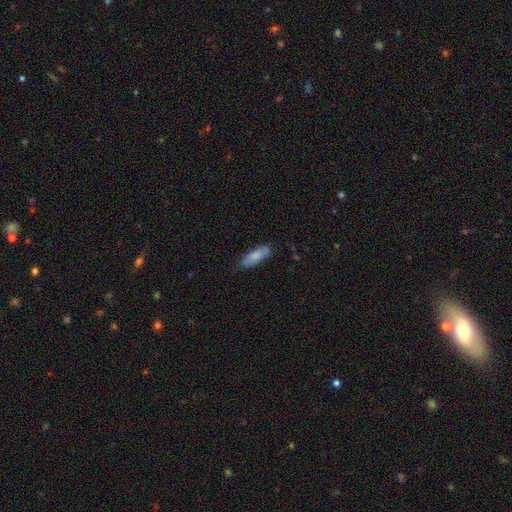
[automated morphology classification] smooth 79%, featured or disk 15%, star or artifact 6%. Down the decision tree: how rounded — in between (60%); merging — none (74%).